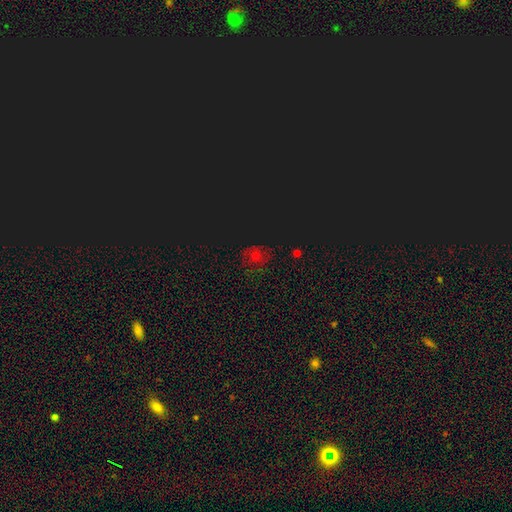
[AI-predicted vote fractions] Overall: star or artifact (52%; smooth 33%).